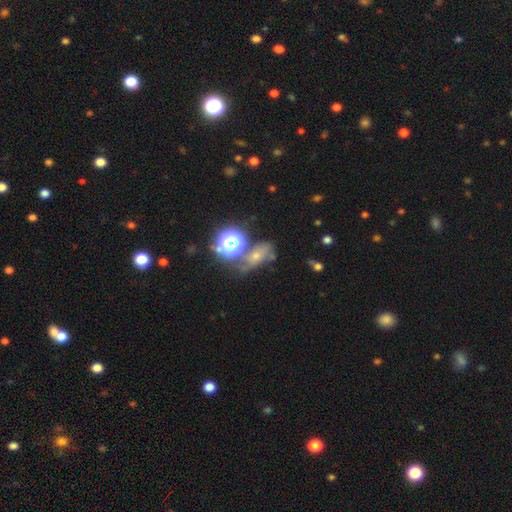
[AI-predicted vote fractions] star or artifact 47%, smooth 30%, featured or disk 23%.